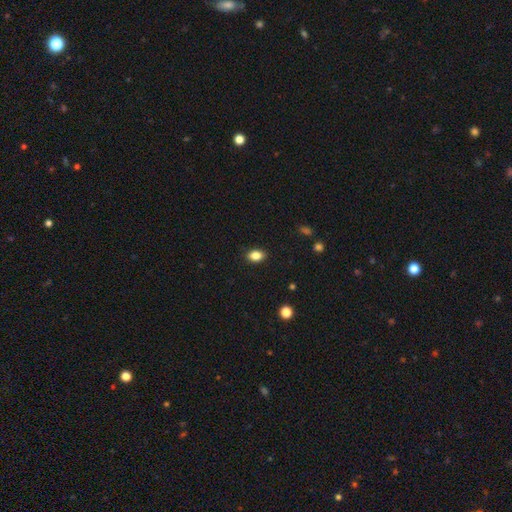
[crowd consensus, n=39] This is clearly a smooth galaxy (87%). How rounded: likely in between (76%). Merging: clearly none (89%).